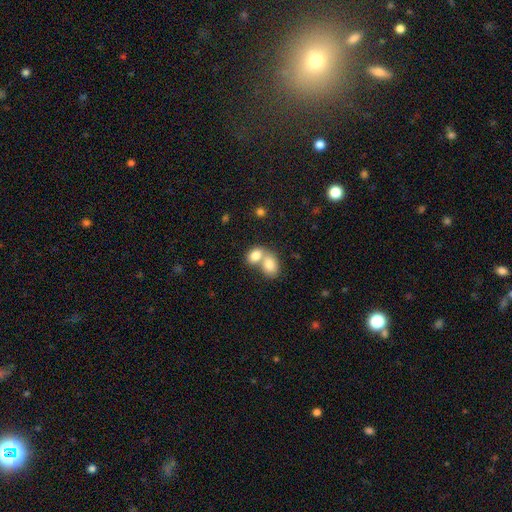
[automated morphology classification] A smooth galaxy with no disk features (80%) that is in between round and cigar-shaped (71%). Merging: merger (69%).